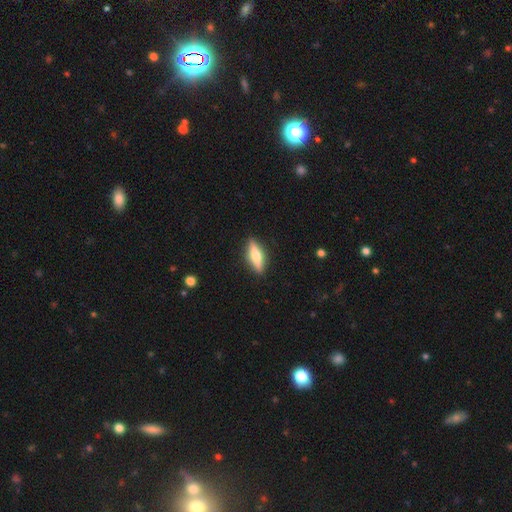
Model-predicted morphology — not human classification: The model was most divided on "smooth or featured": featured or disk: 53%, smooth: 41%, star or artifact: 6%. More confident: edge-on disk — yes (93%); merging — none (89%).